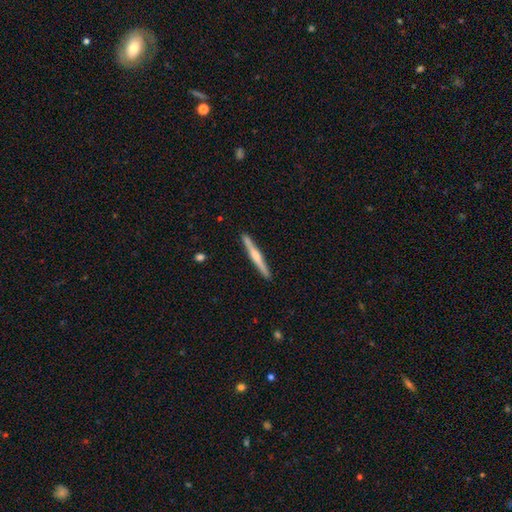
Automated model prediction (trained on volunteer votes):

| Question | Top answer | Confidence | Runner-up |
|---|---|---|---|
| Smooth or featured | featured or disk | 60% | smooth (35%) |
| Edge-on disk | yes | 98% | no (2%) |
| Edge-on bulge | rounded | 70% | none (17%) |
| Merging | none | 91% | minor disturbance (7%) |